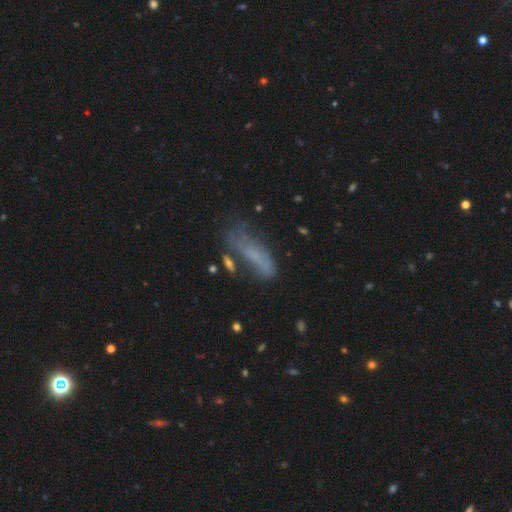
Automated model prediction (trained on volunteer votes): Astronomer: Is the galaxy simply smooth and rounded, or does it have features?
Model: smooth — 52% (runner-up: featured or disk, 35%).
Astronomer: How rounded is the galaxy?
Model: in between — 50% (runner-up: cigar-shaped, 47%).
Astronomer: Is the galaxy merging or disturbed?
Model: none — 41% (runner-up: minor disturbance, 27%).